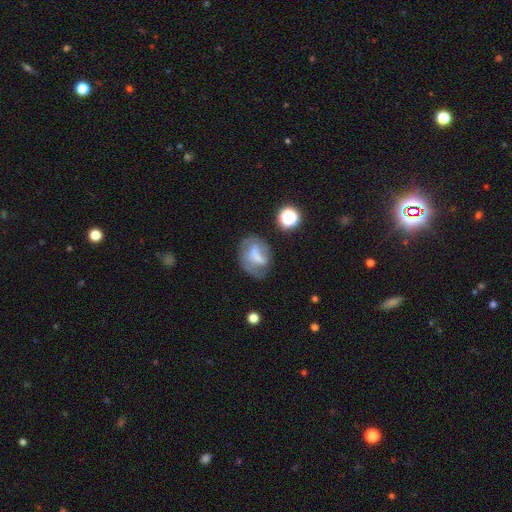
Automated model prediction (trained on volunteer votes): This appears to be a smooth galaxy with no disk features (46%). Merging: none (47%).